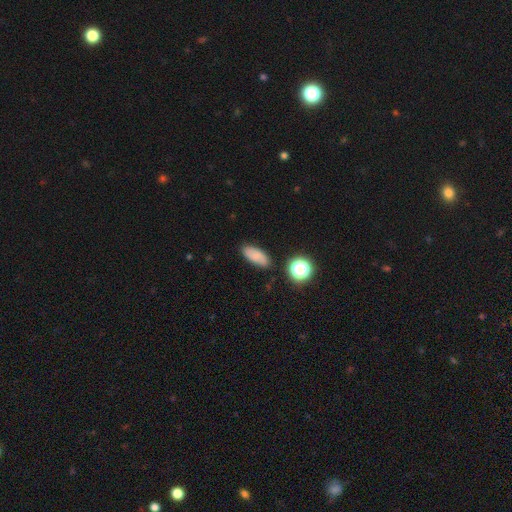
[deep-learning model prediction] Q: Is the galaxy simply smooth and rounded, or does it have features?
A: smooth — 75%.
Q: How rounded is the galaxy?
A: in between — 82%.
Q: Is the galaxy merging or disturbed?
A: none — 81%.